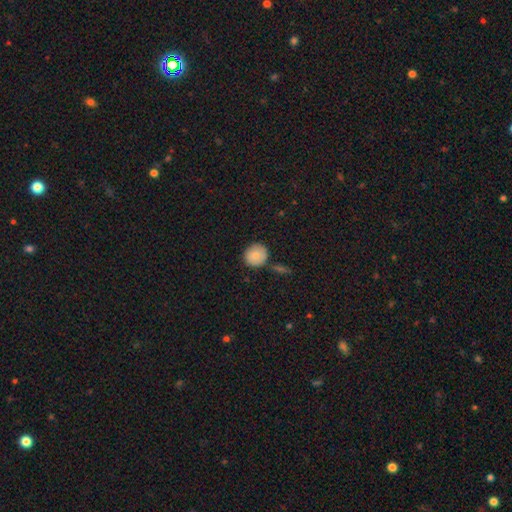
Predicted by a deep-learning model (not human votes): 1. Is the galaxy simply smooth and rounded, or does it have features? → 84% smooth, 8% featured or disk, 7% star or artifact.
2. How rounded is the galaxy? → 89% round, 10% in between, 1% cigar-shaped.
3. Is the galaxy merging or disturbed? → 79% none, 12% minor disturbance, 6% merger, 3% major disturbance.